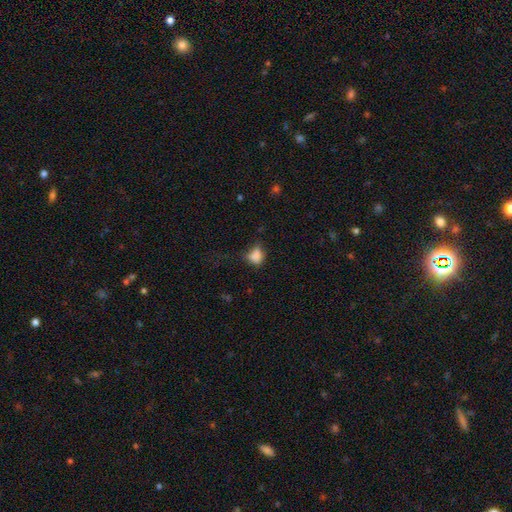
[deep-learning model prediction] Morphology: type=smooth (79%); roundness=in between (57%); merging=none (39%).